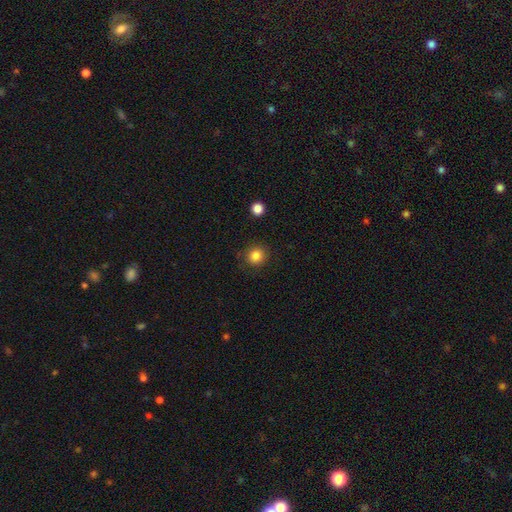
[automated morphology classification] Q: Smooth or featured?
A: smooth (85%); runner-up: star or artifact (11%)
Q: How rounded?
A: round (88%); runner-up: in between (11%)
Q: Merging?
A: none (87%); runner-up: minor disturbance (9%)